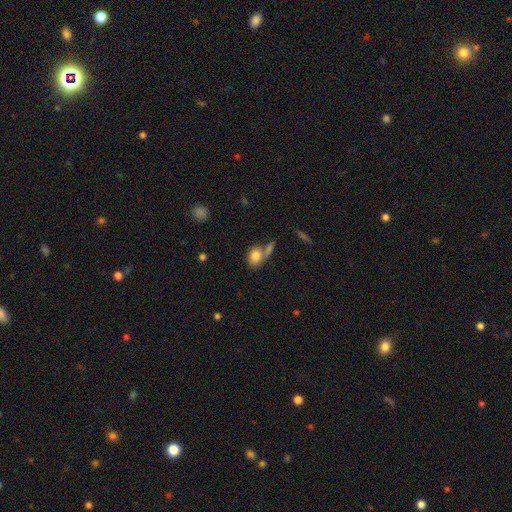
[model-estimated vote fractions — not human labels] The model was most divided on "merging": none: 50%, merger: 30%, minor disturbance: 13%, major disturbance: 6%. More confident: smooth or featured — smooth (81%); how rounded — in between (62%).